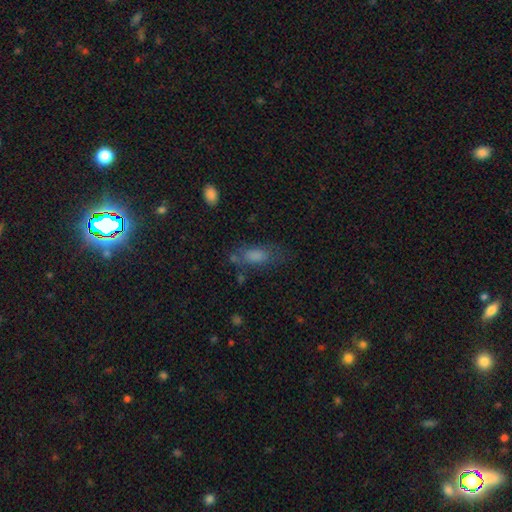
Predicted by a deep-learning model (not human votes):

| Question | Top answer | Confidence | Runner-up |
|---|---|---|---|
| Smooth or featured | smooth | 77% | featured or disk (13%) |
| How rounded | in between | 79% | cigar-shaped (17%) |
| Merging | none | 54% | minor disturbance (24%) |